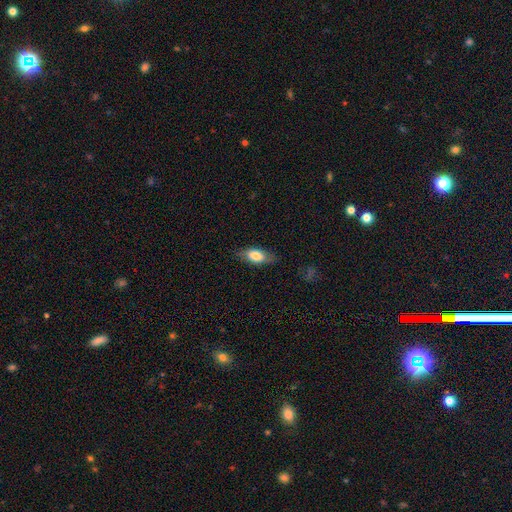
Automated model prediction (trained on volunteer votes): Smooth or featured: smooth — 74% (featured or disk — 19%)
How rounded: in between — 83% (cigar-shaped — 13%)
Merging: none — 77% (minor disturbance — 17%)